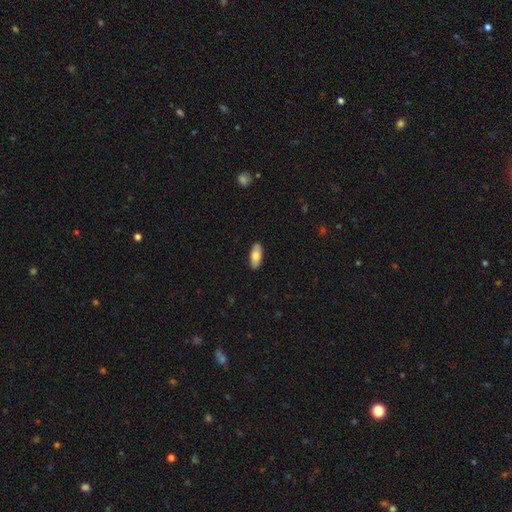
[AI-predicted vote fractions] Q: Smooth or featured?
A: smooth (75%); runner-up: featured or disk (19%)
Q: How rounded?
A: in between (84%); runner-up: cigar-shaped (14%)
Q: Merging?
A: none (89%); runner-up: minor disturbance (8%)